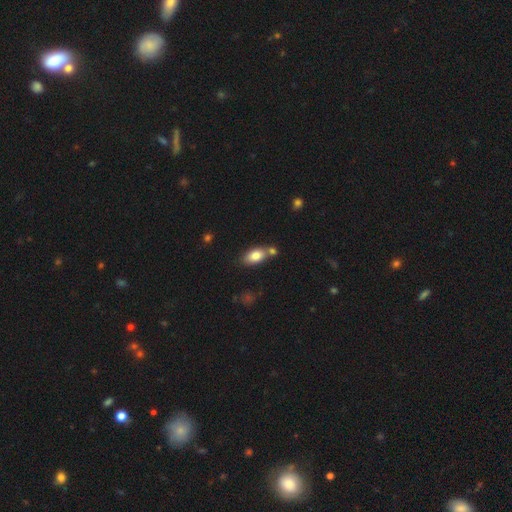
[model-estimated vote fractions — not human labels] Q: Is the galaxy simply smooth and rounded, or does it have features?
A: smooth — 81%.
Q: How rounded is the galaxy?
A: in between — 88%.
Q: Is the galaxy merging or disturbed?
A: none — 59%.